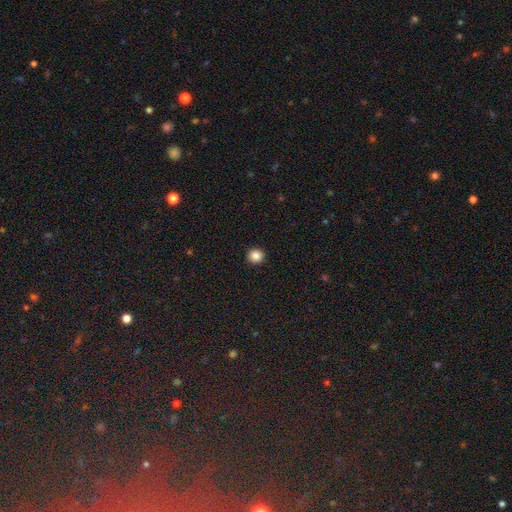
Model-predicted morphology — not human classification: This appears to be a smooth galaxy with no disk features (85%) that is round (94%). Merging: none (93%).